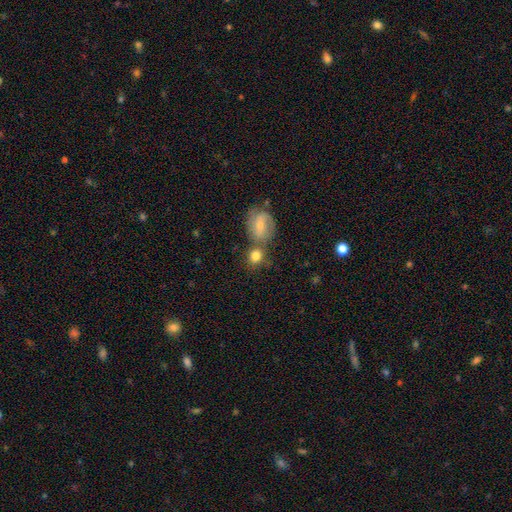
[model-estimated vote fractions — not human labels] A smooth galaxy with no disk features (79%) that is round (70%).

Vote fractions:
- Smooth or featured? smooth: 79% / featured or disk: 13% / star or artifact: 8%
- How rounded? round: 70% / in between: 29% / cigar-shaped: 2%
- Merging? none: 51% / merger: 33% / minor disturbance: 11% / major disturbance: 4%